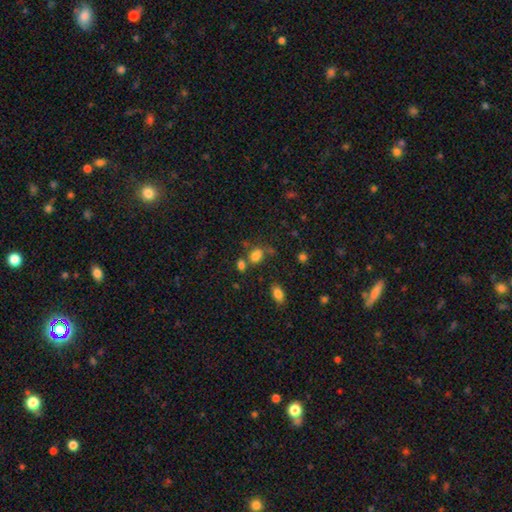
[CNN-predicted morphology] This is likely a smooth galaxy (77%). How rounded: likely in between (76%). Merging: possibly none (48%).